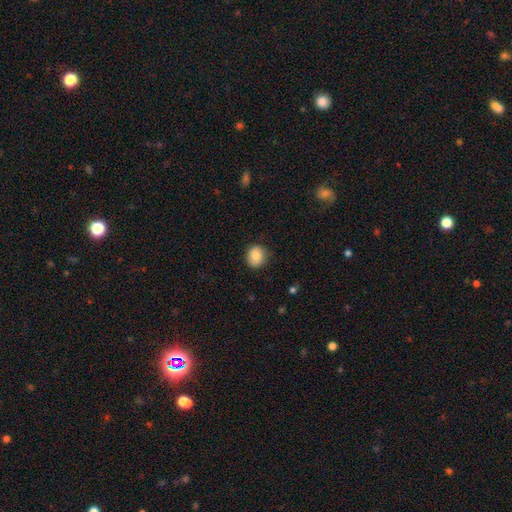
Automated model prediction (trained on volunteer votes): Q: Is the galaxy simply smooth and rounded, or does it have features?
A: smooth — 84%.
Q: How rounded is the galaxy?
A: round — 78%.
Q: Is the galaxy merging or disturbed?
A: none — 83%.